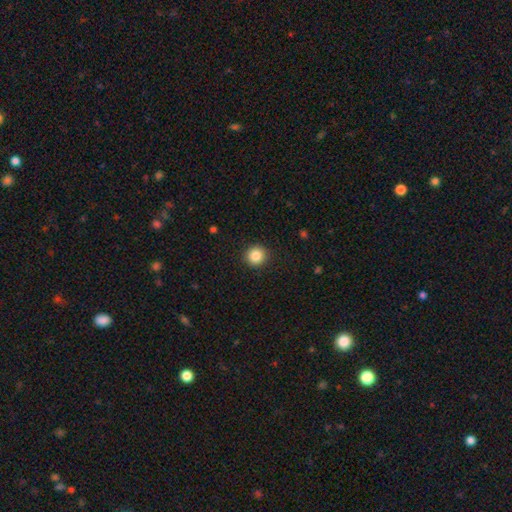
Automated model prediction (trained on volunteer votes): Smooth or featured? smooth (86%)
How rounded? round (93%)
Merging? none (91%)